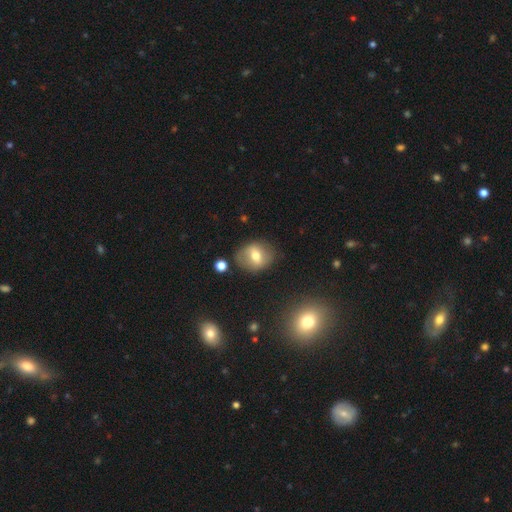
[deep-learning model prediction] Smooth or featured?
  - smooth: 56% *
  - featured or disk: 35%
  - star or artifact: 9%
How rounded?
  - round: 53% *
  - in between: 45%
  - cigar-shaped: 2%
Merging?
  - none: 79% *
  - minor disturbance: 14%
  - major disturbance: 5%
  - merger: 3%